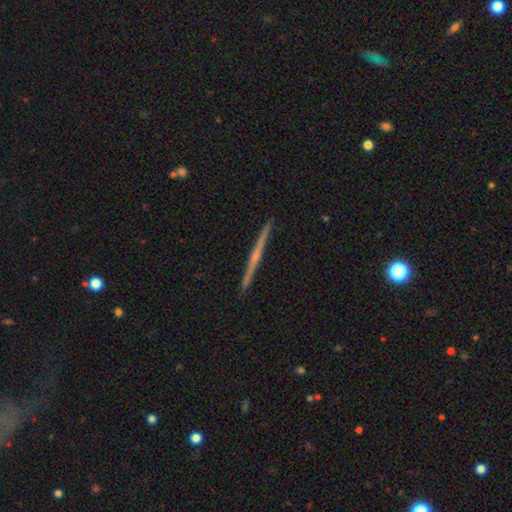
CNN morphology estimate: Overall: featured or disk (74%). Edge-on disk: yes (99%). Edge-on bulge: none (47%; rounded 45%). Merging: none (93%).